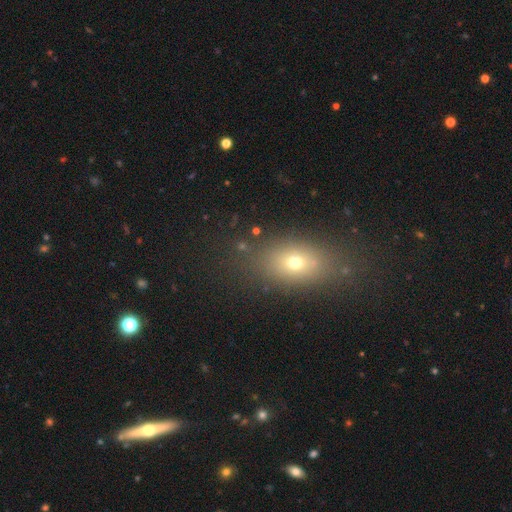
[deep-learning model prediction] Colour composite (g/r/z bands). It shows a smooth galaxy with no disk features (59%) that is in between round and cigar-shaped (67%). Merging: none (83%).